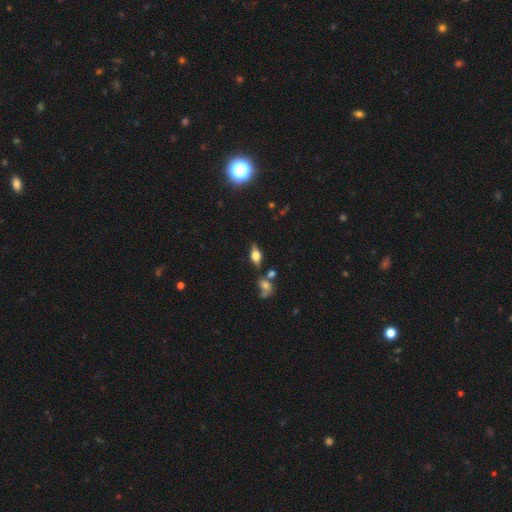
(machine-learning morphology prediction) Smooth or featured? Predicted: smooth (p=0.49). Merging? Predicted: none (p=0.73).